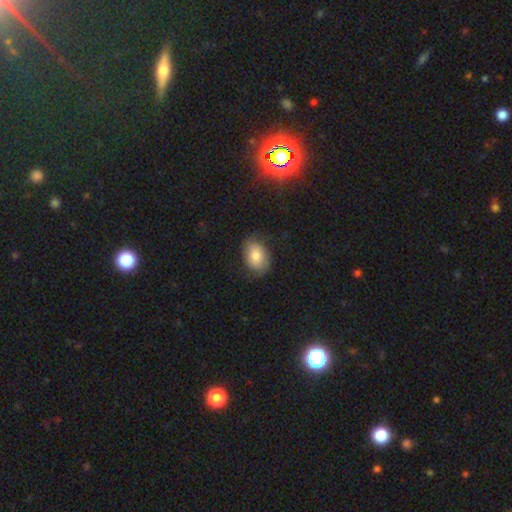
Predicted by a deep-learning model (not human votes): Smooth or featured?
  - smooth: 75% *
  - featured or disk: 17%
  - star or artifact: 7%
How rounded?
  - in between: 79% *
  - round: 20%
  - cigar-shaped: 1%
Merging?
  - none: 71% *
  - minor disturbance: 20%
  - major disturbance: 7%
  - merger: 1%